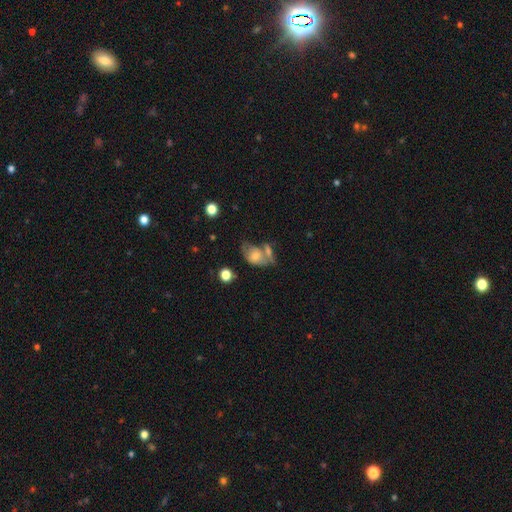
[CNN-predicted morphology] This appears to be a smooth galaxy with no disk features (56%) that is in between round and cigar-shaped (79%). Merging: merger (37%).